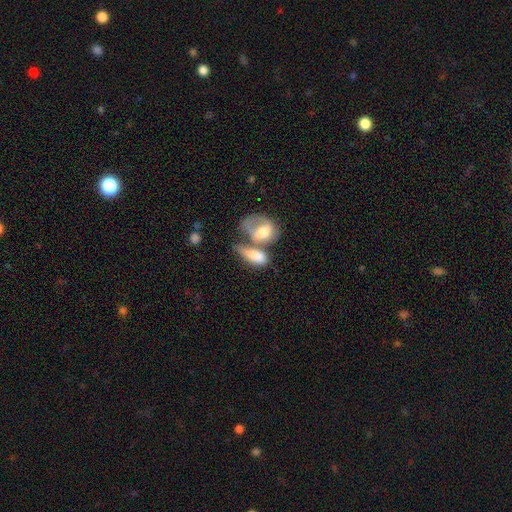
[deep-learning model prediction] This is likely a smooth galaxy (68%). How rounded: likely in between (80%). Merging: possibly merger (59%).